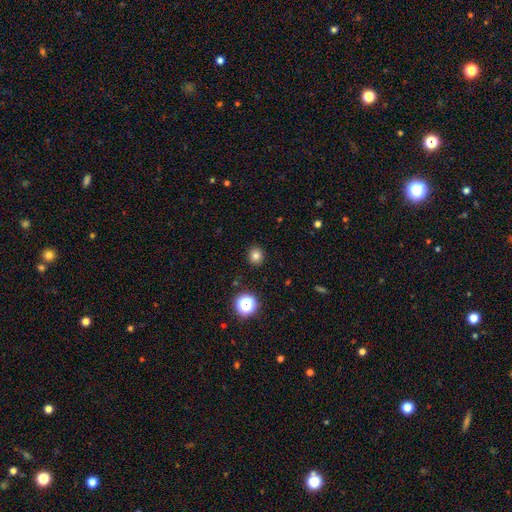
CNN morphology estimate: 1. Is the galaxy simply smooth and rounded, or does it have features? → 80% smooth, 14% star or artifact, 6% featured or disk.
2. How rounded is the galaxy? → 87% round, 12% in between, 1% cigar-shaped.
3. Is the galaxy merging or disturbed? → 91% none, 6% minor disturbance, 2% major disturbance, 1% merger.